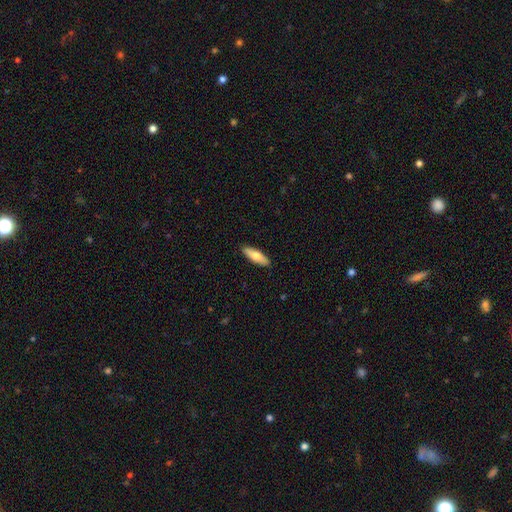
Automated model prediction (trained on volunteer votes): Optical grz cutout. It shows a smooth galaxy with no disk features (69%) that is cigar-shaped (52%). Merging: none (90%).